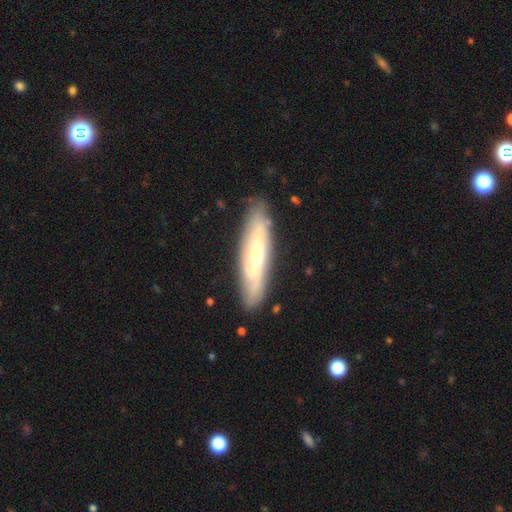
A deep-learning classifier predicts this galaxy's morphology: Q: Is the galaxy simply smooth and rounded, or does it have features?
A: featured or disk — 54%.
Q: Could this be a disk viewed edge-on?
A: yes — 51%.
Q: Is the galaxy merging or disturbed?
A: none — 83%.